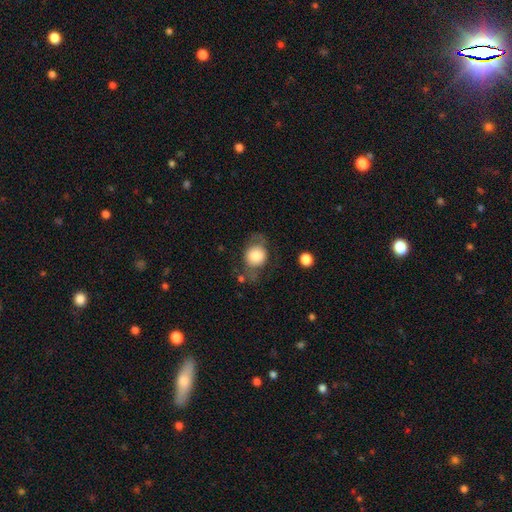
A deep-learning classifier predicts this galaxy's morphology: Overall: smooth (66%). How rounded: round (63%; in between 36%). Merging: none (55%; minor disturbance 23%).